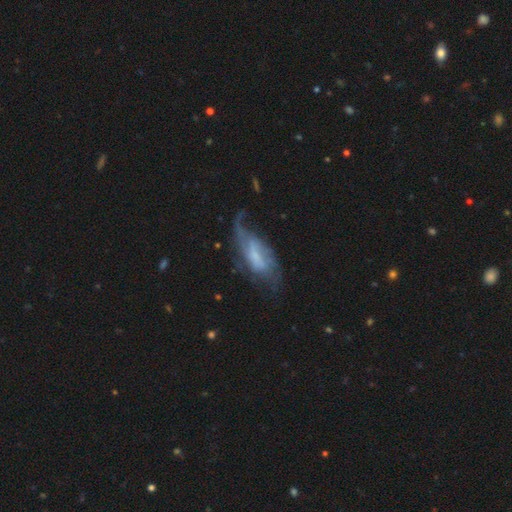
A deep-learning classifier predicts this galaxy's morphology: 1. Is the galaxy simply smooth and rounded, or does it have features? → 67% featured or disk, 25% smooth, 8% star or artifact.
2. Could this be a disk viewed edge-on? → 89% no, 11% yes.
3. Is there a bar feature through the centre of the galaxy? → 43% weak, 40% no, 17% strong.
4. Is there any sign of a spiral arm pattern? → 82% yes, 18% no.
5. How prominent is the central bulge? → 34% small (tied), 34% none (tied), 22% moderate, 8% large, 2% dominant.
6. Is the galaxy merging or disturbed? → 38% none, 34% major disturbance, 25% minor disturbance, 3% merger.